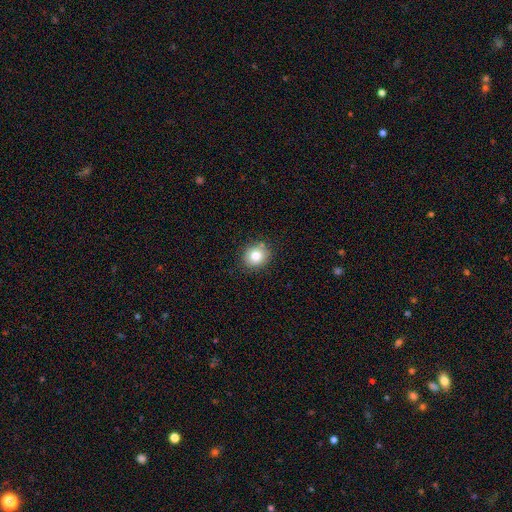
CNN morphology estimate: Smooth or featured? smooth (81%)
How rounded? round (74%)
Merging? none (85%)